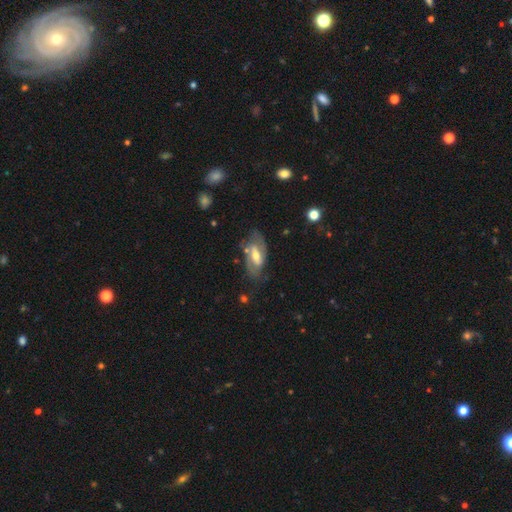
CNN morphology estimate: A featured or disk galaxy (73%) with a weak bar (41%, tied with strong), 2 (79%) medium (45%) spiral arms (81%) and a moderate central bulge (64%).

Vote fractions:
- Smooth or featured? featured or disk: 73% / smooth: 21% / star or artifact: 6%
- Edge-on disk? no: 90% / yes: 10%
- Bar? weak: 41% (tied) / strong: 41% (tied) / no: 18%
- Spiral arms? yes: 81% / no: 19%
- Spiral winding? medium: 45% / tight: 31% / loose: 23%
- Spiral arm count? 2: 79% / can't tell: 13% / 1: 4% / 3: 2% / 4: 1% / more than 4: 1%
- Bulge size? moderate: 64% / small: 26% / large: 7% / none: 2% / dominant: 1%
- Merging? none: 69% / minor disturbance: 20% / major disturbance: 8% / merger: 3%